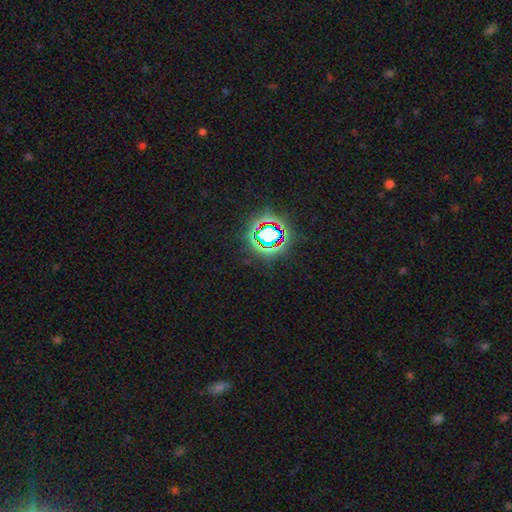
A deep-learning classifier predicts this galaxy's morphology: A star or artifact, not a galaxy (81%).

Vote fractions:
- Smooth or featured? star or artifact: 81% / smooth: 12% / featured or disk: 6%